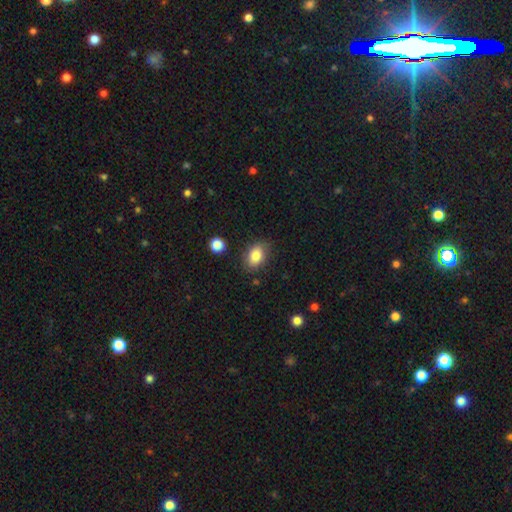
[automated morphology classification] Smooth or featured? smooth (83%)
How rounded? in between (80%)
Merging? none (81%)